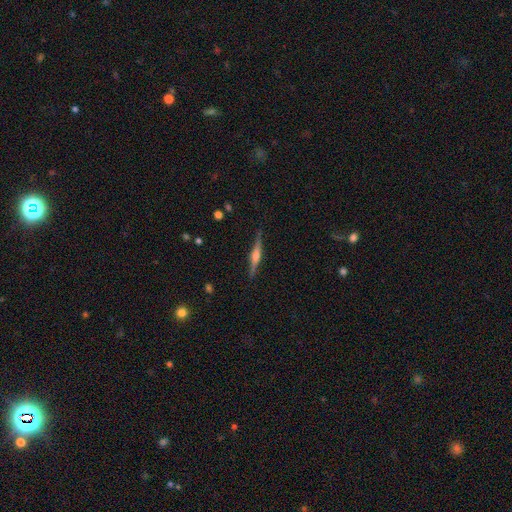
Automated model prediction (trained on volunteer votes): A featured or disk galaxy (77%) viewed edge-on (98%) with a rounded central bulge (84%). Merging: none (89%).